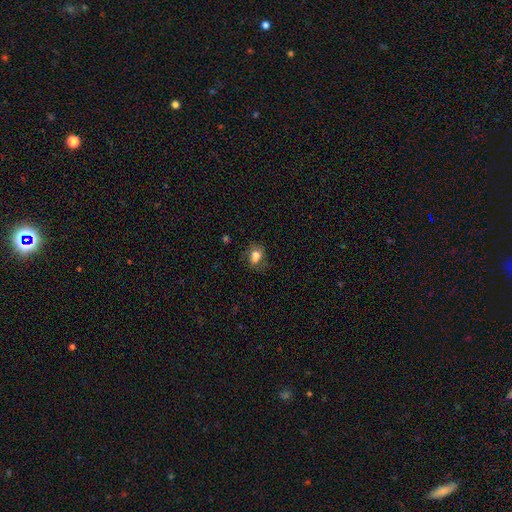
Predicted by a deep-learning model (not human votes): smooth 77%, featured or disk 12%, star or artifact 11%. Down the decision tree: how rounded — in between (69%); merging — none (62%).